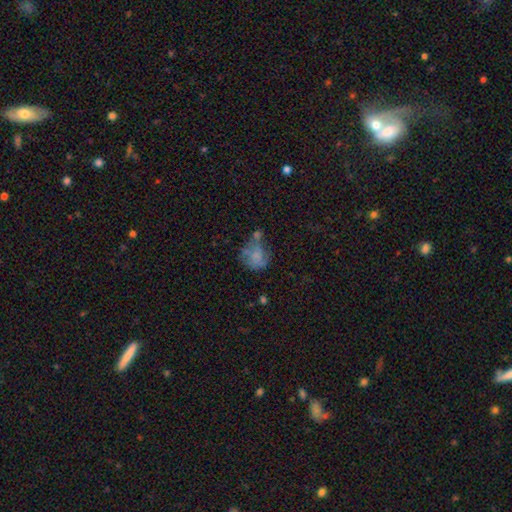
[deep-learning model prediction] Overall: smooth (57%; featured or disk 30%). How rounded: round (59%; in between 40%). Merging: none (32%; major disturbance 24%).